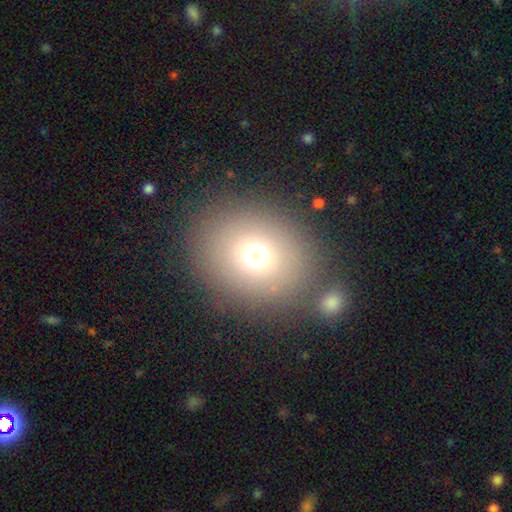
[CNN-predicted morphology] The model was most divided on "how rounded": round: 60%, in between: 39%, cigar-shaped: 1%. More confident: merging — none (75%); smooth or featured — smooth (71%).